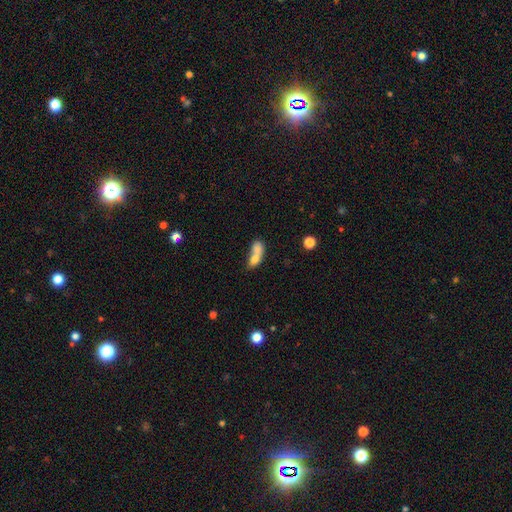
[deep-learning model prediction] The model was most divided on "merging": merger: 69%, none: 17%, minor disturbance: 8%, major disturbance: 7%. More confident: smooth or featured — smooth (72%); how rounded — in between (71%).